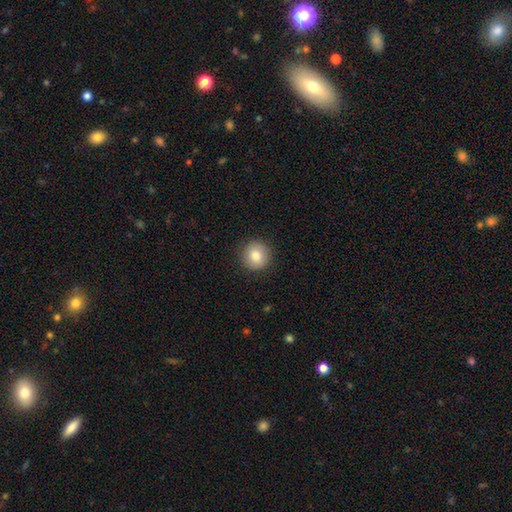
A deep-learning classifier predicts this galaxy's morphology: smooth 81%, featured or disk 10%, star or artifact 8%. Down the decision tree: how rounded — round (92%); merging — none (90%).